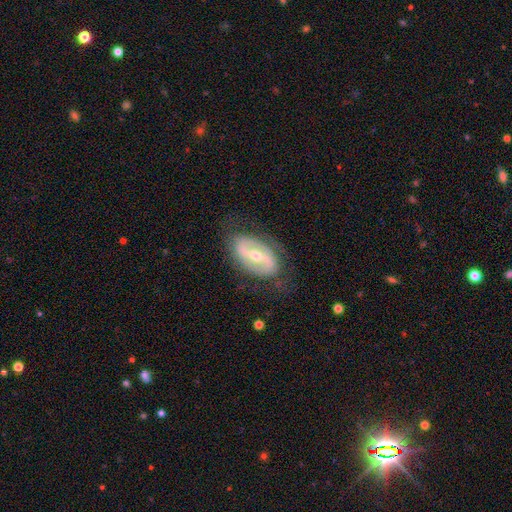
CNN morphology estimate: Smooth or featured? featured or disk (82%)
Edge-on disk? no (94%)
Bar? strong (56%)
Spiral arms? yes (81%)
Spiral winding? medium (40%)
Spiral arm count? 2 (83%)
Bulge size? moderate (51%)
Merging? none (74%)